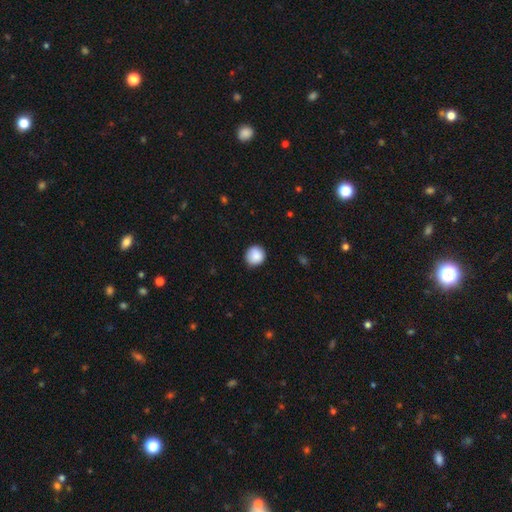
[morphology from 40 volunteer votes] This appears to be a smooth galaxy with no disk features (88%) that is round (97%). Merging: none (89%).